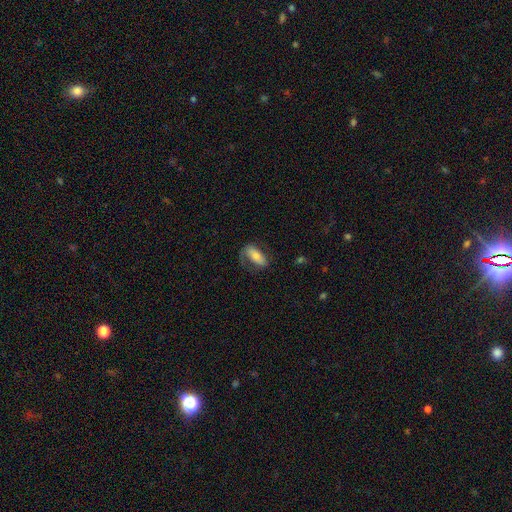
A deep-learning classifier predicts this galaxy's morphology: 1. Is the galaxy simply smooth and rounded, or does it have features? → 57% smooth, 35% featured or disk, 7% star or artifact.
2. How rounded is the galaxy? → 79% in between, 18% cigar-shaped, 3% round.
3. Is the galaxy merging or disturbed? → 53% none, 24% minor disturbance, 21% major disturbance, 2% merger.